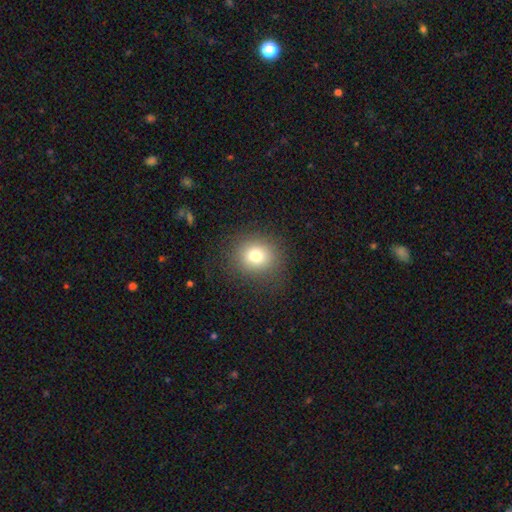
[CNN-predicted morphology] Q: Smooth or featured?
A: smooth (76%); runner-up: star or artifact (14%)
Q: How rounded?
A: round (84%); runner-up: in between (15%)
Q: Merging?
A: none (86%); runner-up: minor disturbance (9%)